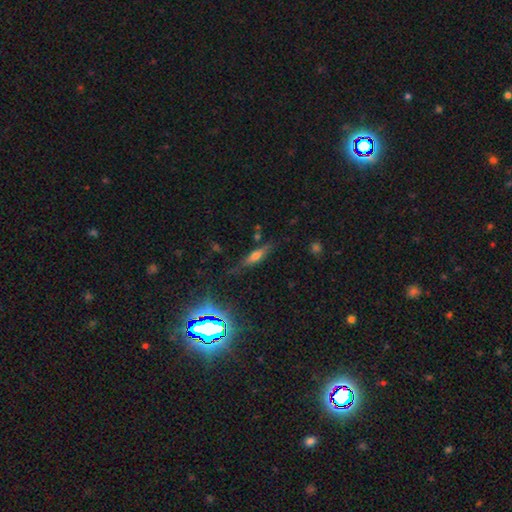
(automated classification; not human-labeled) A smooth galaxy with no disk features (46%).

Vote fractions:
- Smooth or featured? smooth: 46% / featured or disk: 38% / star or artifact: 15%
- Merging? none: 73% / minor disturbance: 17% / major disturbance: 6% / merger: 4%